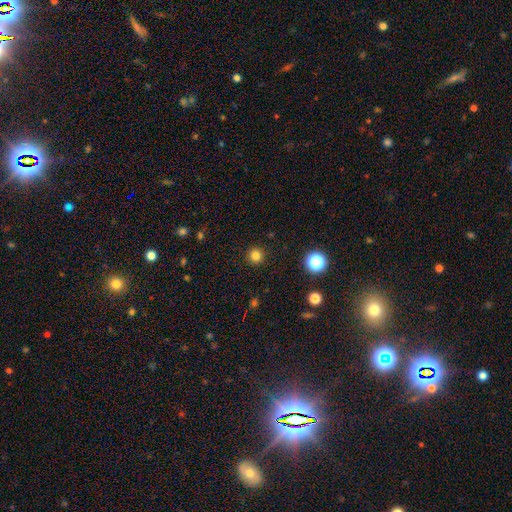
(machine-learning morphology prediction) Overall: smooth (81%). How rounded: round (95%). Merging: none (92%).